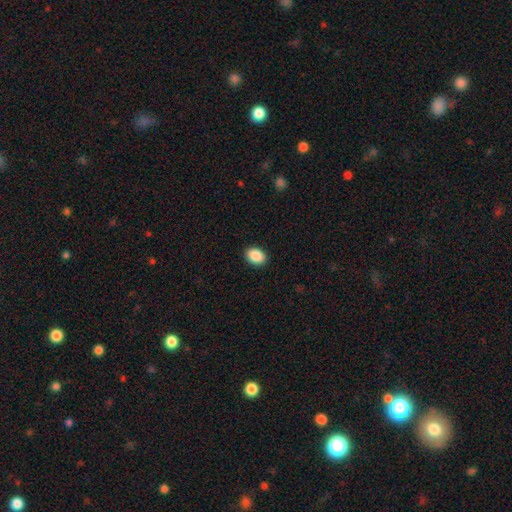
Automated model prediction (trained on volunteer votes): Overall: smooth (89%). How rounded: in between (76%). Merging: none (91%).